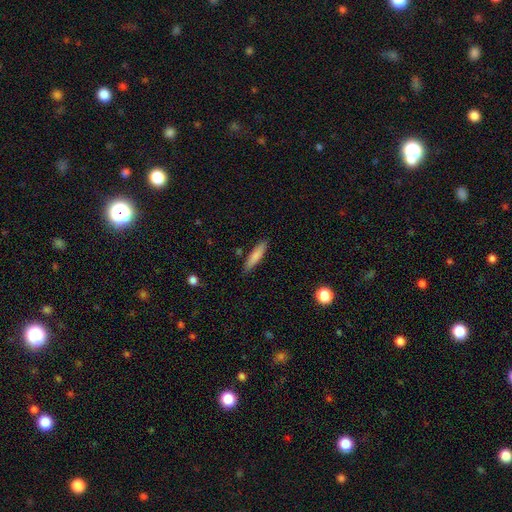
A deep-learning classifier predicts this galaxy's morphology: Smooth or featured? Predicted: smooth (p=0.80). How rounded? Predicted: cigar-shaped (p=0.83). Merging? Predicted: none (p=0.84).